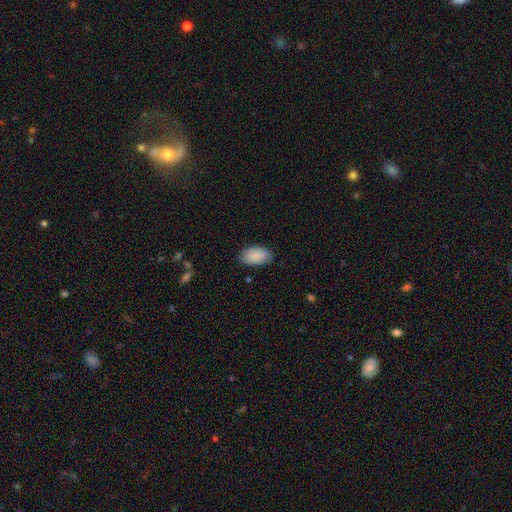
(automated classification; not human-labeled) The model was most divided on "merging": none: 83%, minor disturbance: 14%, major disturbance: 3%, merger: 1%. More confident: how rounded — in between (94%); smooth or featured — smooth (90%).